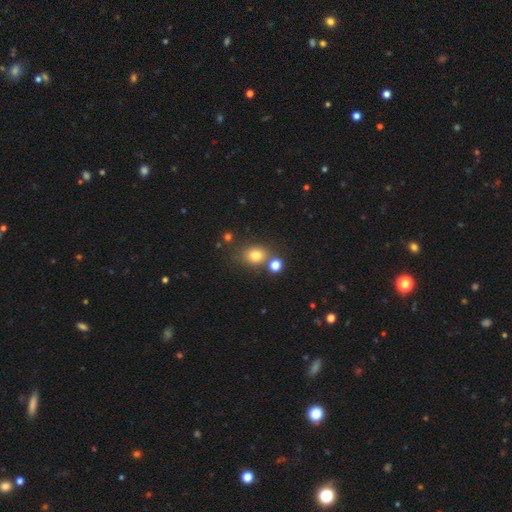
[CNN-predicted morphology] A smooth galaxy with no disk features (77%) that is round (59%).

Vote fractions:
- Smooth or featured? smooth: 77% / star or artifact: 14% / featured or disk: 8%
- How rounded? round: 59% / in between: 40% / cigar-shaped: 1%
- Merging? none: 66% / merger: 17% / minor disturbance: 12% / major disturbance: 4%